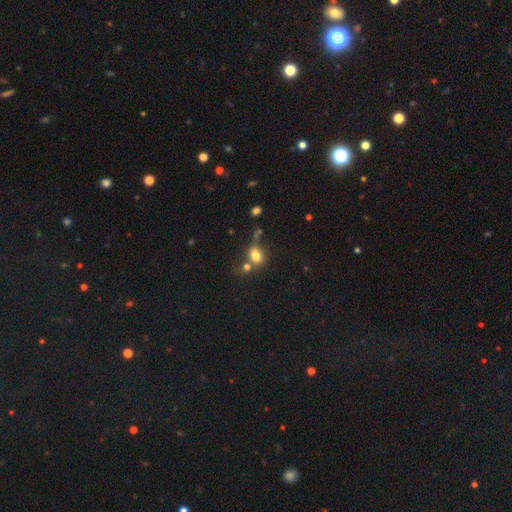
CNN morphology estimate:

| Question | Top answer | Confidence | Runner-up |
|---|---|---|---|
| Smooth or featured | smooth | 77% | star or artifact (12%) |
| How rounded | in between | 66% | round (32%) |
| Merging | none | 42% | merger (35%) |